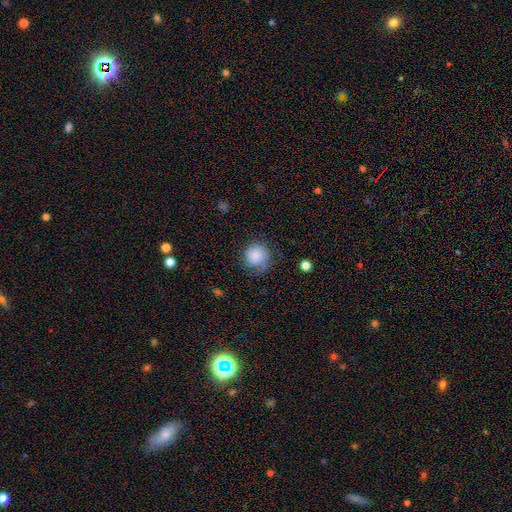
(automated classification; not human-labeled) Smooth or featured? Predicted: smooth (p=0.79). How rounded? Predicted: round (p=0.90). Merging? Predicted: none (p=0.63).